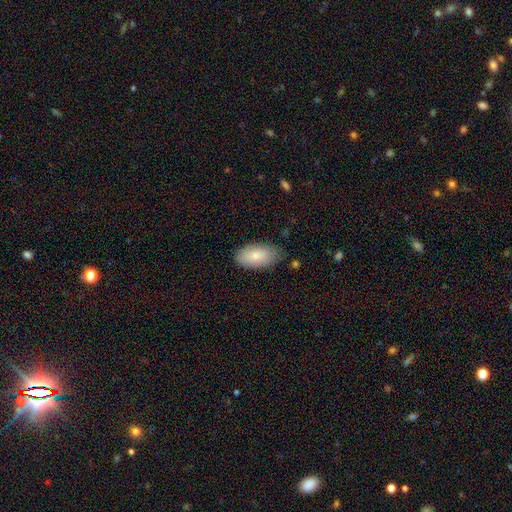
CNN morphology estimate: A smooth galaxy with no disk features (83%) that is in between round and cigar-shaped (95%).

Vote fractions:
- Smooth or featured? smooth: 83% / featured or disk: 11% / star or artifact: 6%
- How rounded? in between: 95% / round: 3% / cigar-shaped: 2%
- Merging? none: 79% / minor disturbance: 16% / major disturbance: 3% / merger: 1%